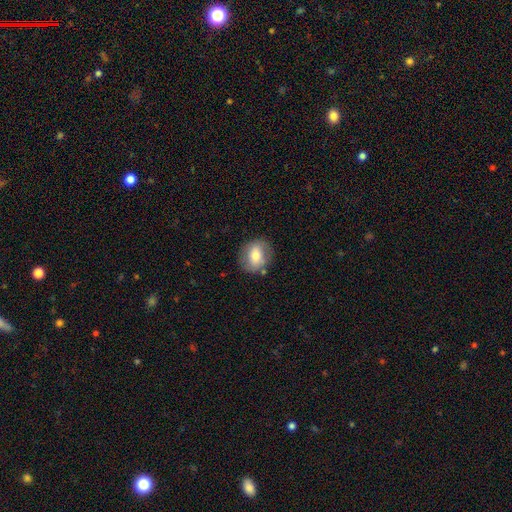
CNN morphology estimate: A smooth galaxy with no disk features (67%) that is round (63%).

Vote fractions:
- Smooth or featured? smooth: 67% / featured or disk: 25% / star or artifact: 8%
- How rounded? round: 63% / in between: 35% / cigar-shaped: 1%
- Merging? none: 80% / minor disturbance: 13% / major disturbance: 4% / merger: 3%